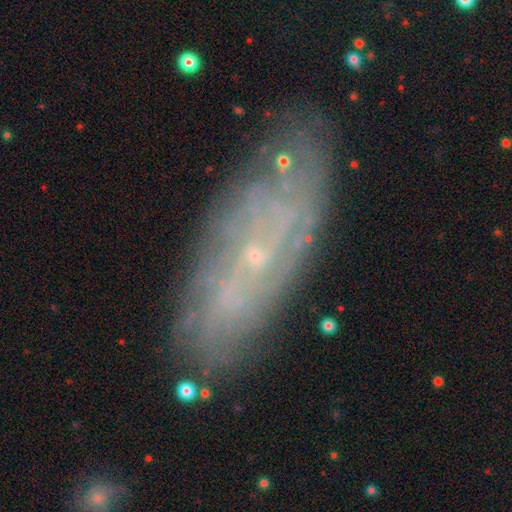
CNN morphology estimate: Smooth or featured: featured or disk — 69% (smooth — 22%)
Edge-on disk: no — 85% (yes — 15%)
Bar: no — 73% (weak — 22%)
Spiral arms: yes — 73% (no — 27%)
Bulge size: small — 82% (moderate — 8%)
Merging: none — 77% (minor disturbance — 15%)